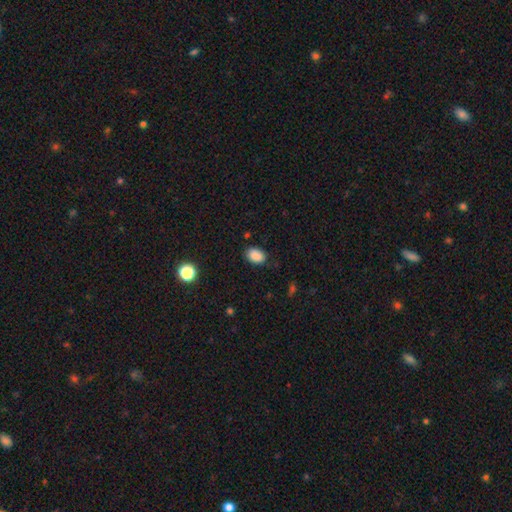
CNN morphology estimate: smooth 88%, star or artifact 9%, featured or disk 3%. Down the decision tree: how rounded — in between (81%); merging — none (83%).